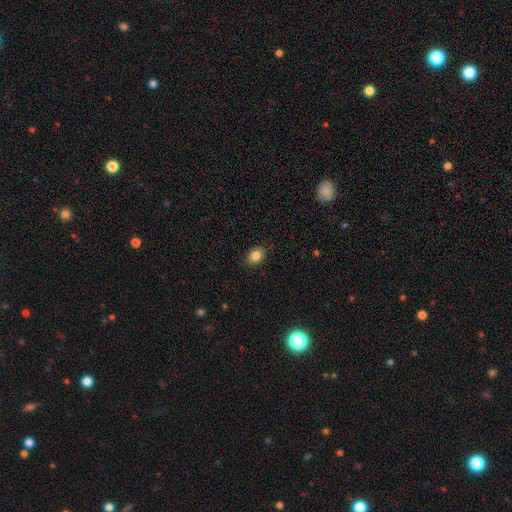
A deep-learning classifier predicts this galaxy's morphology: type=smooth (85%); roundness=in between (78%); merging=none (86%).